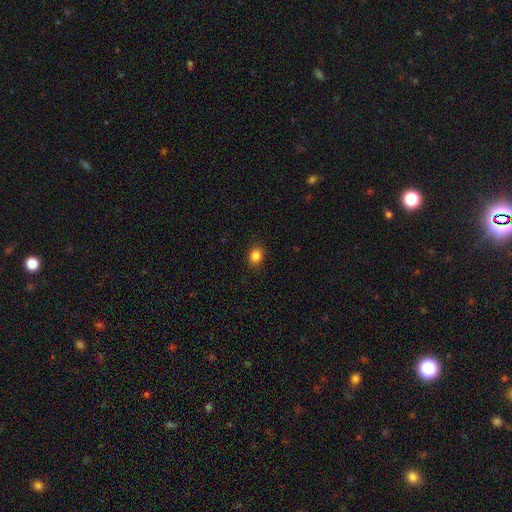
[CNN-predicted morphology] smooth_or_featured: smooth (p=0.85) [alt: star or artifact p=0.11]
how_rounded: in between (p=0.52) [alt: round p=0.47]
merging: none (p=0.89) [alt: minor disturbance p=0.08]